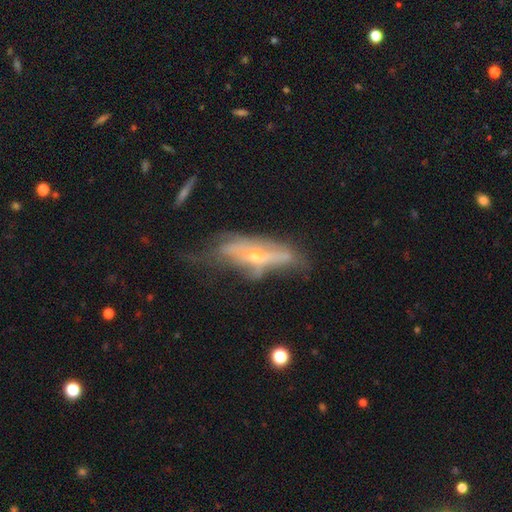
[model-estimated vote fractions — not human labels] This appears to be a featured or disk galaxy (67%). Merging: none (33%).